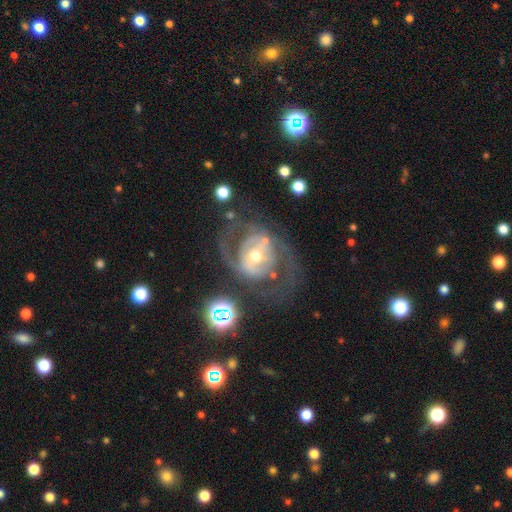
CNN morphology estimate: A featured or disk galaxy (80%) with no bar (47%), 2 (73%) medium (47%) spiral arms (74%) and a moderate central bulge (65%). Merging: none (59%).